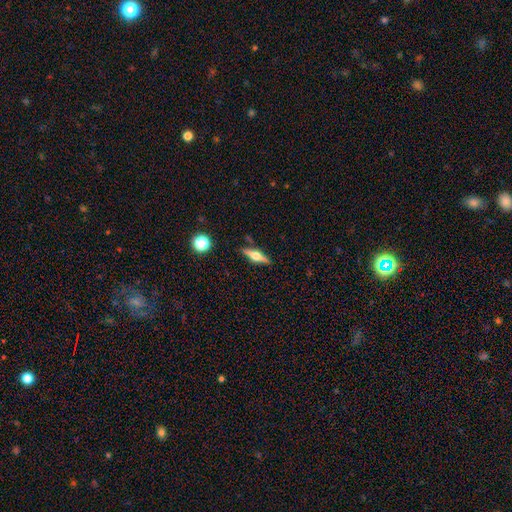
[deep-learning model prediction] The model was most divided on "smooth or featured": featured or disk: 67%, smooth: 26%, star or artifact: 7%. More confident: edge-on disk — yes (97%); edge-on bulge — rounded (94%); merging — none (86%).